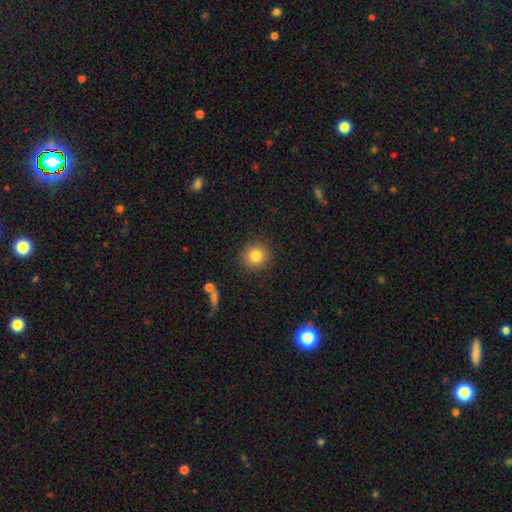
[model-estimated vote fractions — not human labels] smooth-or-featured: smooth: 82% | star or artifact: 10% | featured or disk: 7%
  how-rounded: round: 89% | in between: 10% | cigar-shaped: 1%
  merging: none: 89% | minor disturbance: 7% | major disturbance: 2% | merger: 2%